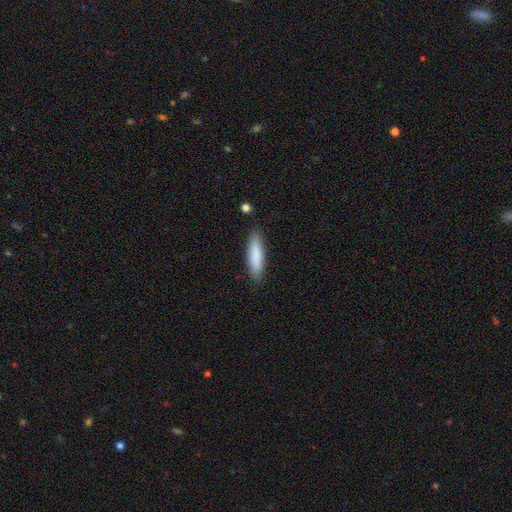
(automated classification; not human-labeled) A smooth galaxy with no disk features (85%) that is cigar-shaped (72%).

Vote fractions:
- Smooth or featured? smooth: 85% / featured or disk: 9% / star or artifact: 6%
- How rounded? cigar-shaped: 72% / in between: 27% / round: 1%
- Merging? none: 86% / minor disturbance: 10% / major disturbance: 2% / merger: 2%